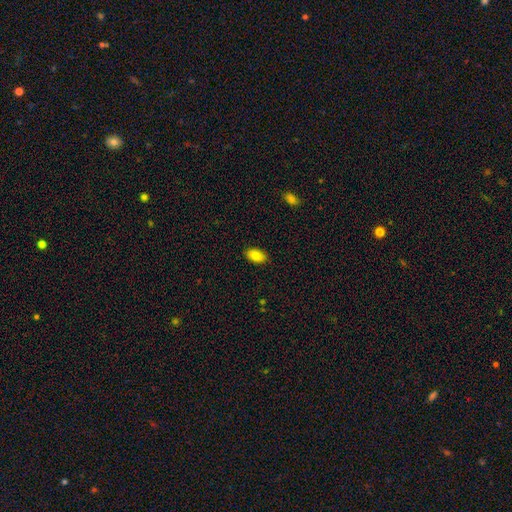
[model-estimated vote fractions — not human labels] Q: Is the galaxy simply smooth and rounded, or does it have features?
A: smooth — 84%.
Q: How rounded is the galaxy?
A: in between — 92%.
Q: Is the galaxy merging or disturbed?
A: none — 89%.